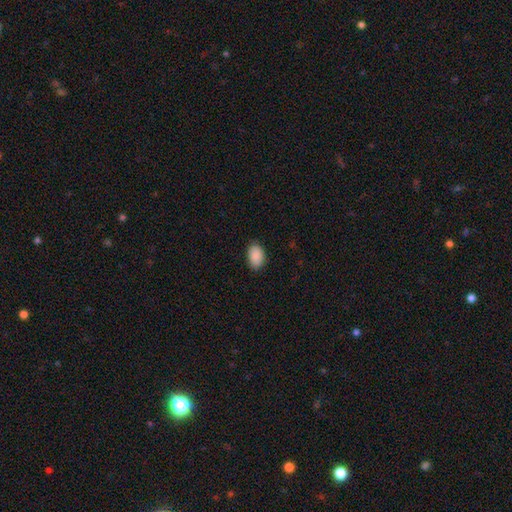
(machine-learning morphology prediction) The model was most divided on "merging": none: 85%, minor disturbance: 12%, major disturbance: 2%, merger: 1%. More confident: smooth or featured — smooth (90%); how rounded — in between (88%).